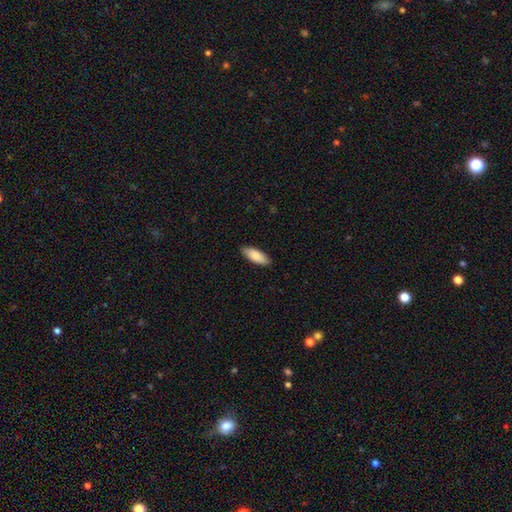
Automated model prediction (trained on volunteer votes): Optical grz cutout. It shows a smooth galaxy with no disk features (85%) that is in between round and cigar-shaped (75%). Merging: none (87%).